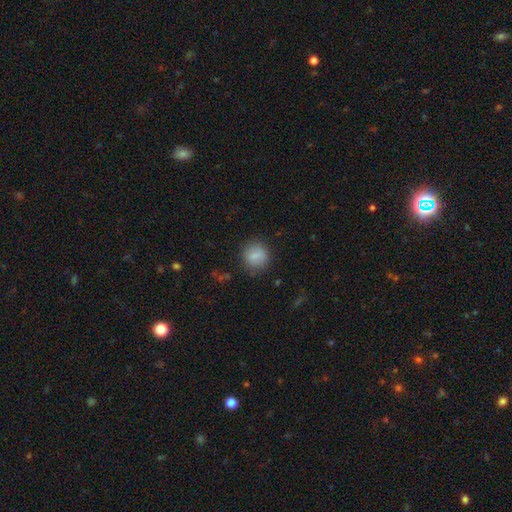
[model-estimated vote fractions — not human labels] Q: Smooth or featured?
A: smooth (81%); runner-up: featured or disk (10%)
Q: How rounded?
A: round (82%); runner-up: in between (16%)
Q: Merging?
A: none (83%); runner-up: minor disturbance (11%)